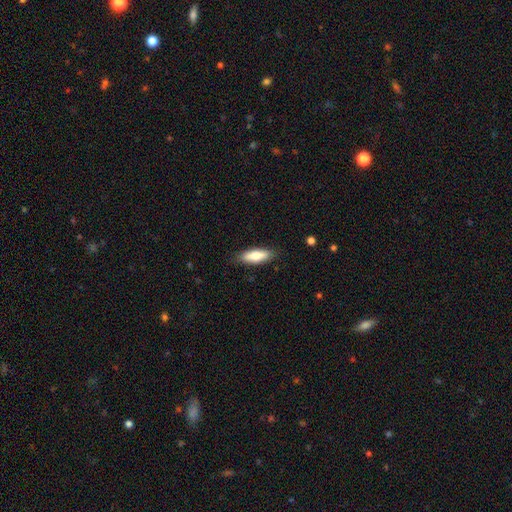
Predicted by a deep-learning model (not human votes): smooth_or_featured: smooth (p=0.77) [alt: featured or disk p=0.17]
how_rounded: in between (p=0.60) [alt: cigar-shaped p=0.38]
merging: none (p=0.85) [alt: minor disturbance p=0.11]